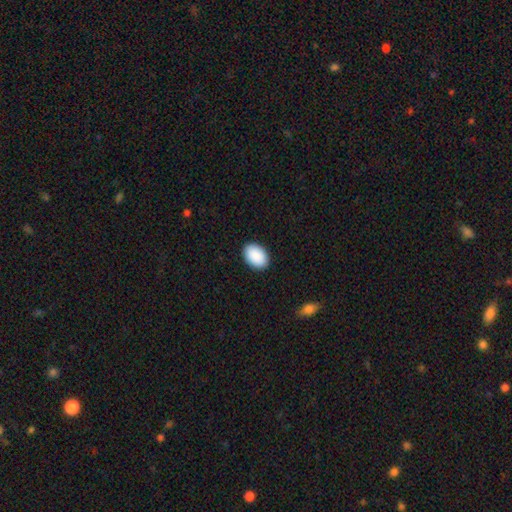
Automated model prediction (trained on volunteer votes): Morphology: type=smooth (92%); roundness=in between (86%); merging=none (91%).